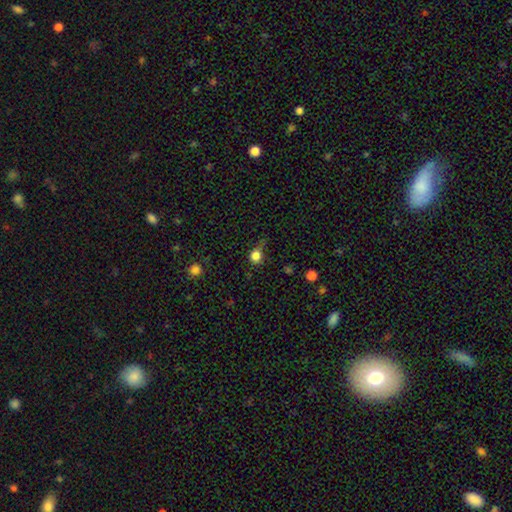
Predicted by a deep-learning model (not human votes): Overall: smooth (82%). How rounded: round (82%). Merging: none (53%; minor disturbance 29%).